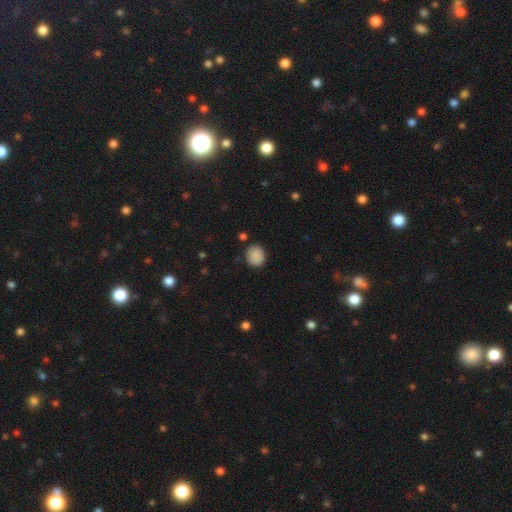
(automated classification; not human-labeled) This is clearly a smooth galaxy (89%). How rounded: likely round (66%). Merging: clearly none (85%).